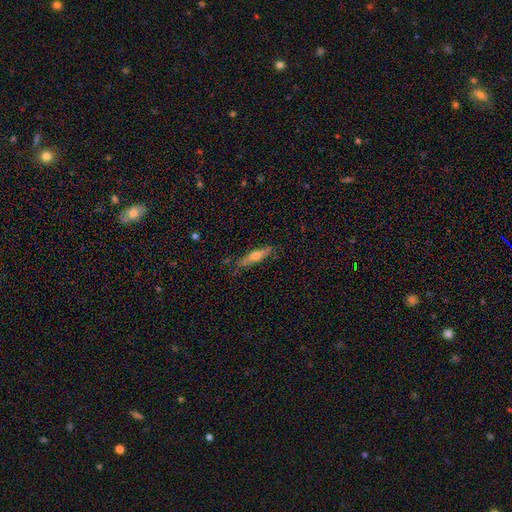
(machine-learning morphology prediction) Smooth or featured?
  - smooth: 56% *
  - featured or disk: 38%
  - star or artifact: 6%
How rounded?
  - cigar-shaped: 75% *
  - in between: 23%
  - round: 2%
Merging?
  - none: 76% *
  - minor disturbance: 18%
  - major disturbance: 3%
  - merger: 2%